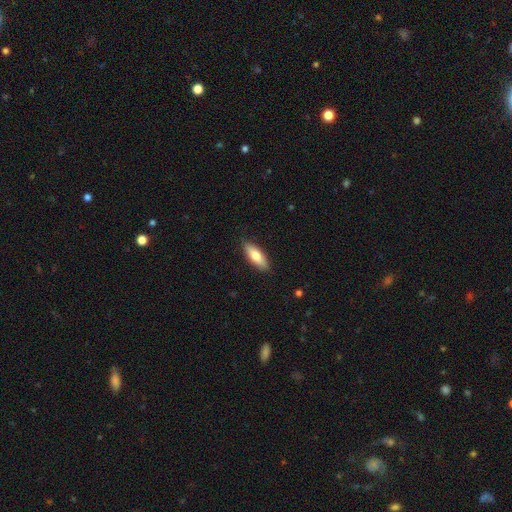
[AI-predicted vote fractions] A smooth galaxy with no disk features (73%) that is in between round and cigar-shaped (60%). Merging: none (87%).